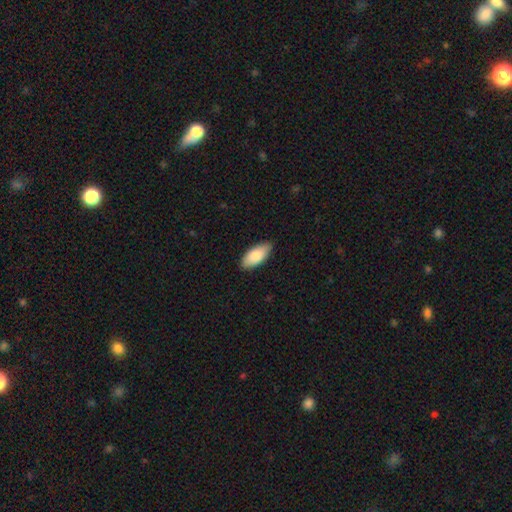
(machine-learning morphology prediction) A smooth galaxy with no disk features (84%) that is in between round and cigar-shaped (89%).

Vote fractions:
- Smooth or featured? smooth: 84% / featured or disk: 11% / star or artifact: 5%
- How rounded? in between: 89% / cigar-shaped: 9% / round: 2%
- Merging? none: 87% / minor disturbance: 11% / major disturbance: 2% / merger: 1%